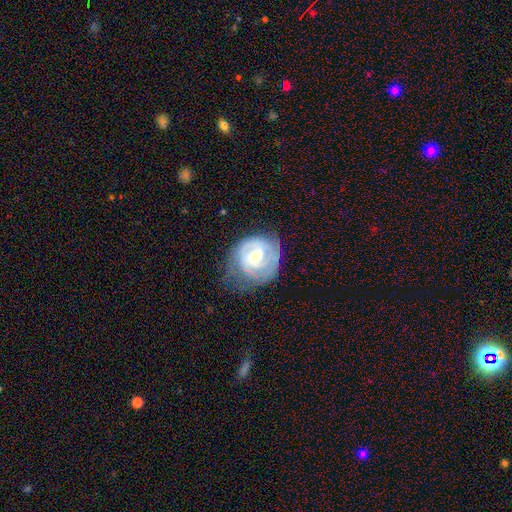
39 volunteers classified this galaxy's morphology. Overall: featured or disk (87%). Edge-on disk: no (97%). Bar: weak (73%). Spiral arms: yes (91%). Spiral arm count: 2 (37%, tied with can't tell). Spiral winding: tight (63%; medium 27%). Bulge size: moderate (70%). Merging: minor disturbance (43%; none 32%).